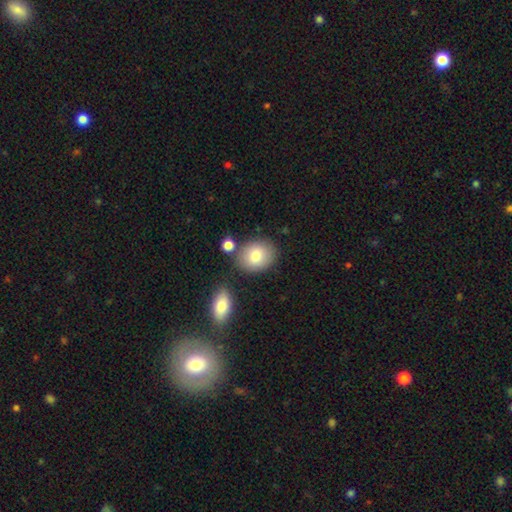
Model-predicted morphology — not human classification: Smooth or featured? Predicted: smooth (p=0.81). How rounded? Predicted: in between (p=0.53). Merging? Predicted: none (p=0.75).